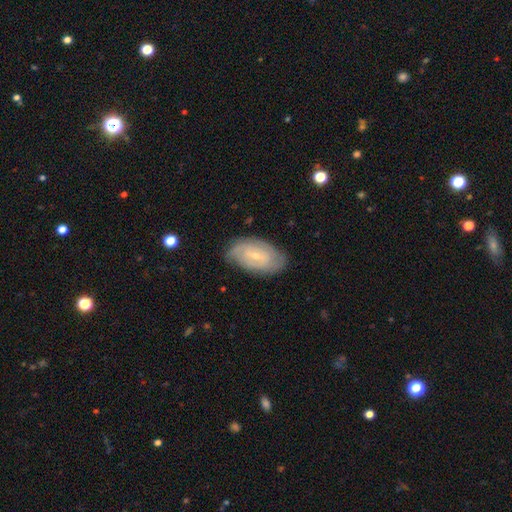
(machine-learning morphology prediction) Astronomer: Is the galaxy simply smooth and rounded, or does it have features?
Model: featured or disk — 62%.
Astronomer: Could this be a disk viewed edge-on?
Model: no — 93%.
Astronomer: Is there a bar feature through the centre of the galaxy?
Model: weak — 45% (runner-up: no, 43%).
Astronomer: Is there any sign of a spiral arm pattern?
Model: yes — 75%.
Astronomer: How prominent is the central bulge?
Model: small — 71%.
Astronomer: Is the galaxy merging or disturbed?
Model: none — 74%.